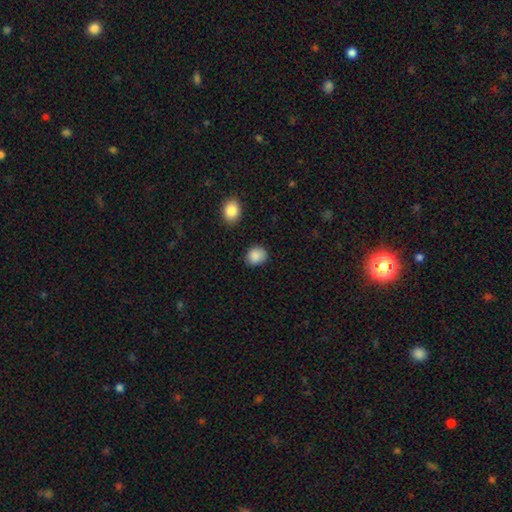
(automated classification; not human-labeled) smooth 88%, star or artifact 8%, featured or disk 4%. Down the decision tree: how rounded — round (61%); merging — none (82%).